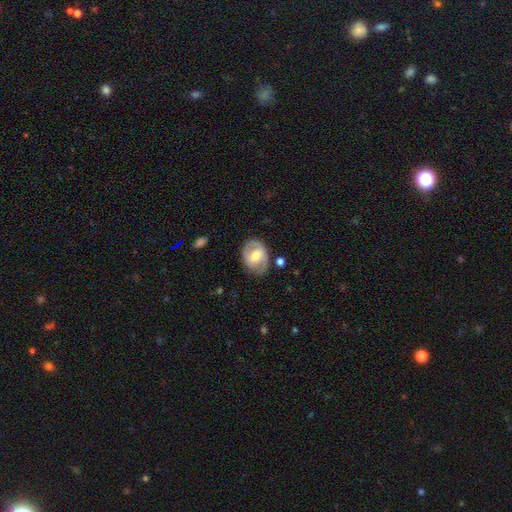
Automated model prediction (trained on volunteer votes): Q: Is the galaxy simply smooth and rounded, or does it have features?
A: featured or disk — 54%.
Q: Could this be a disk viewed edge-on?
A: no — 95%.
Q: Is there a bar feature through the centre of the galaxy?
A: weak — 41%.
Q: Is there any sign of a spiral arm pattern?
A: yes — 57%.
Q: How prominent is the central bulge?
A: moderate — 60%.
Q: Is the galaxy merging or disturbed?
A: none — 73%.